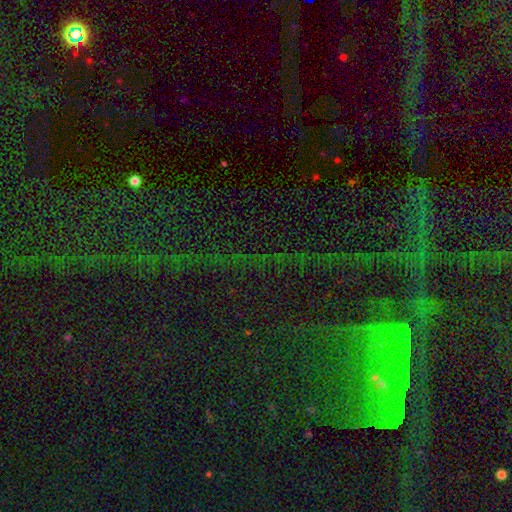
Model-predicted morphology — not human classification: Smooth or featured: star or artifact — 78% (smooth — 11%)